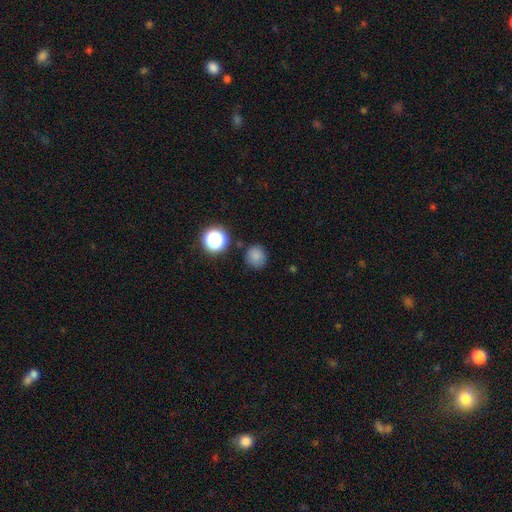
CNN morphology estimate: Smooth or featured: smooth — 80% (star or artifact — 15%)
How rounded: round — 88% (in between — 11%)
Merging: none — 82% (minor disturbance — 11%)